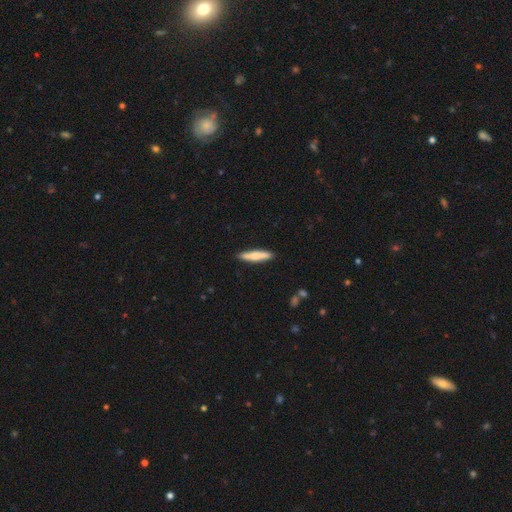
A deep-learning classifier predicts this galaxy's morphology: The model was most divided on "smooth or featured": smooth: 69%, featured or disk: 26%, star or artifact: 5%. More confident: merging — none (88%); how rounded — cigar-shaped (86%).